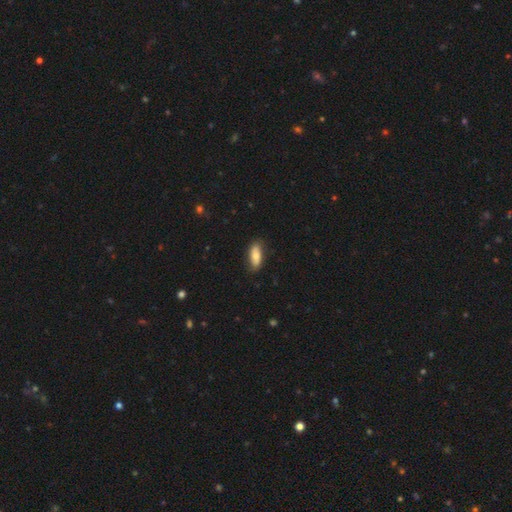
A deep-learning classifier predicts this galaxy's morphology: Smooth or featured? Predicted: smooth (p=0.73). How rounded? Predicted: in between (p=0.81). Merging? Predicted: none (p=0.79).